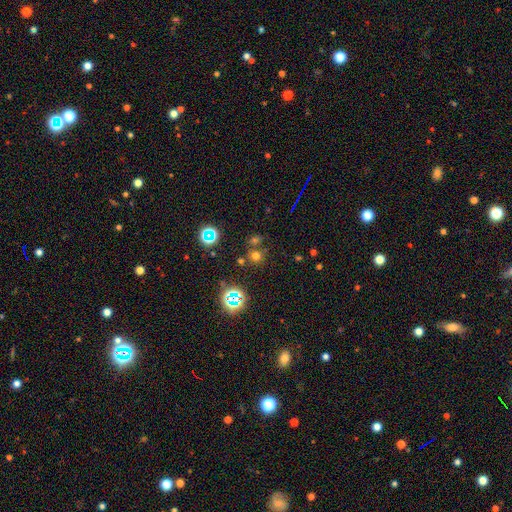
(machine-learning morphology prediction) A smooth galaxy with no disk features (59%) that is round (89%).

Vote fractions:
- Smooth or featured? smooth: 59% / star or artifact: 33% / featured or disk: 9%
- How rounded? round: 89% / in between: 10% / cigar-shaped: 1%
- Merging? none: 69% / merger: 18% / minor disturbance: 9% / major disturbance: 4%